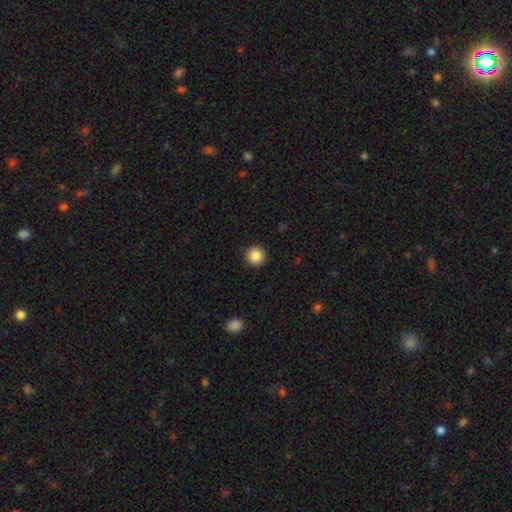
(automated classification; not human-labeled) Smooth or featured? smooth (86%)
How rounded? round (96%)
Merging? none (91%)